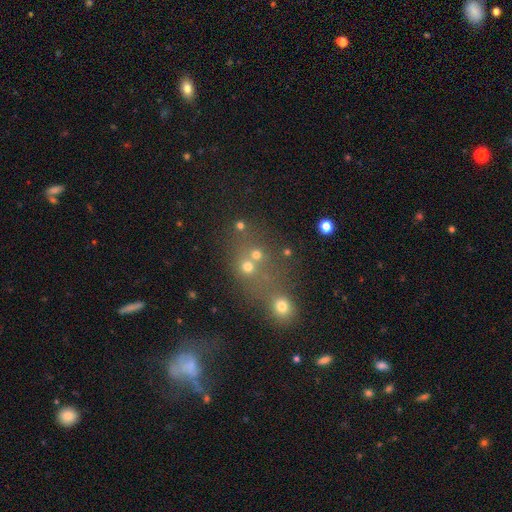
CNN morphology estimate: Smooth or featured? Predicted: smooth (p=0.52). How rounded? Predicted: round (p=0.74). Merging? Predicted: merger (p=0.46).